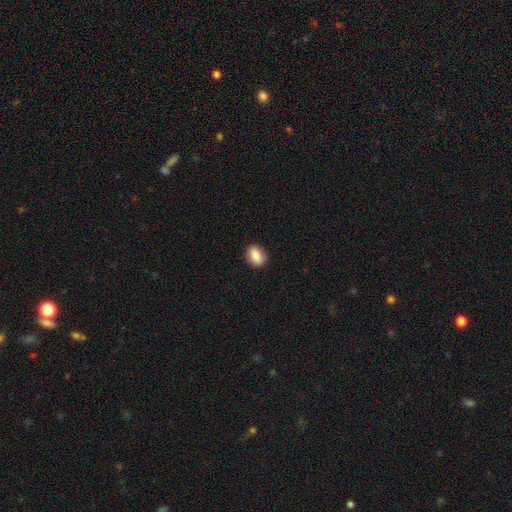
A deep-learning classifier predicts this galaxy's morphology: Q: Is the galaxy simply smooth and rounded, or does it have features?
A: smooth — 84%.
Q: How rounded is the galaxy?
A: in between — 75%.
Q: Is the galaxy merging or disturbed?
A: none — 86%.